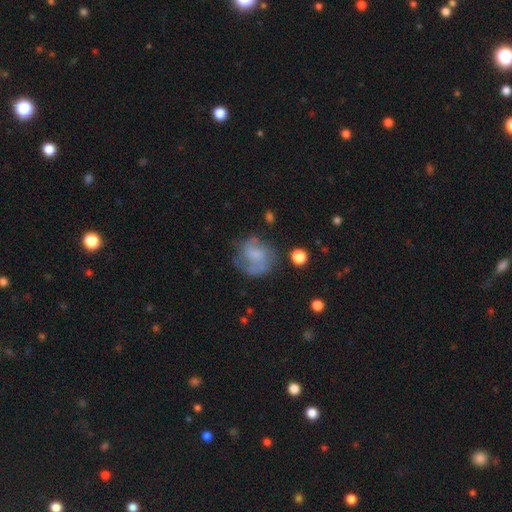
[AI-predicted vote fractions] A featured or disk galaxy (53%) with no bar (60%), spiral arms (74%) and no central bulge (51%).

Vote fractions:
- Smooth or featured? featured or disk: 53% / smooth: 37% / star or artifact: 10%
- Edge-on disk? no: 98% / yes: 2%
- Bar? no: 60% / weak: 33% / strong: 7%
- Spiral arms? yes: 74% / no: 26%
- Bulge size? none: 51% / small: 22% / moderate: 18% / large: 7% / dominant: 2%
- Merging? none: 54% / minor disturbance: 22% / major disturbance: 19% / merger: 4%